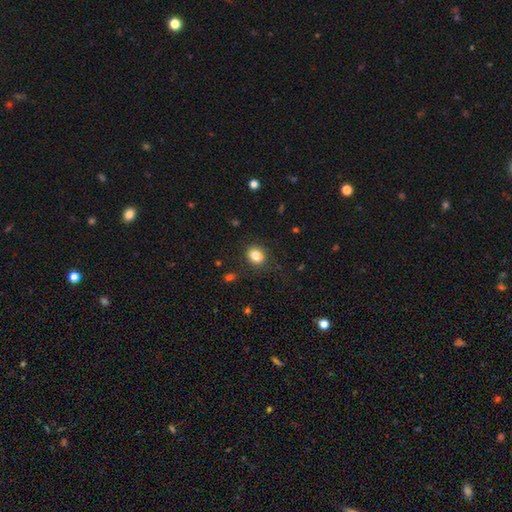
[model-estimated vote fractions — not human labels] smooth-or-featured: smooth: 83% | star or artifact: 10% | featured or disk: 7%
  how-rounded: round: 51% | in between: 48% | cigar-shaped: 1%
  merging: none: 83% | minor disturbance: 12% | major disturbance: 4% | merger: 1%